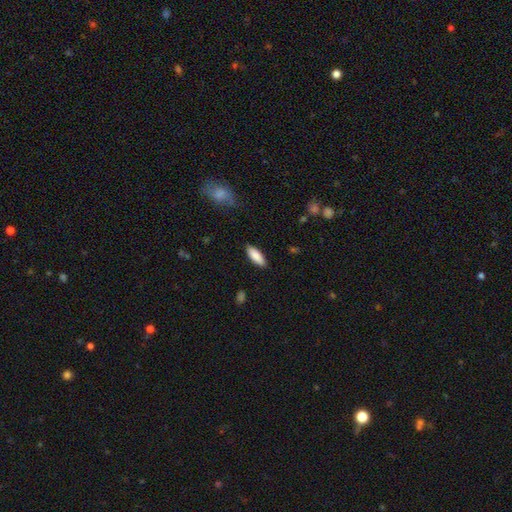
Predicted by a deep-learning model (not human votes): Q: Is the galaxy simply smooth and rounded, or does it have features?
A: smooth — 87%.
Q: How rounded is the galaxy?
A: in between — 70%.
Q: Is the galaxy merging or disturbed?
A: none — 87%.